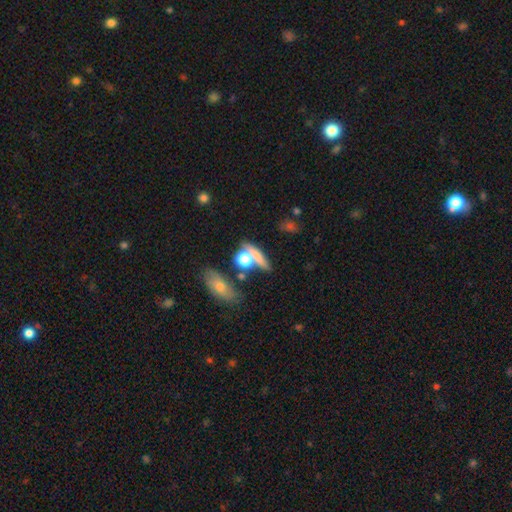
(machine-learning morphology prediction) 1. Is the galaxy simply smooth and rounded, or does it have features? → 67% smooth, 19% featured or disk, 15% star or artifact.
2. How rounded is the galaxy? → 36% round, 33% cigar-shaped, 31% in between.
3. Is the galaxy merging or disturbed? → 53% none, 27% merger, 13% minor disturbance, 8% major disturbance.